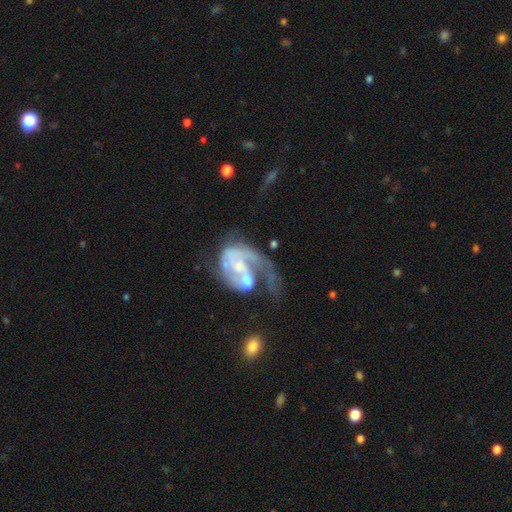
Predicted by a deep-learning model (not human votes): This appears to be a featured or disk galaxy (72%) with no bar (56%), 1 (57%) loose (40%) spiral arms (76%) and a small central bulge (47%). Merging: major disturbance (32%).